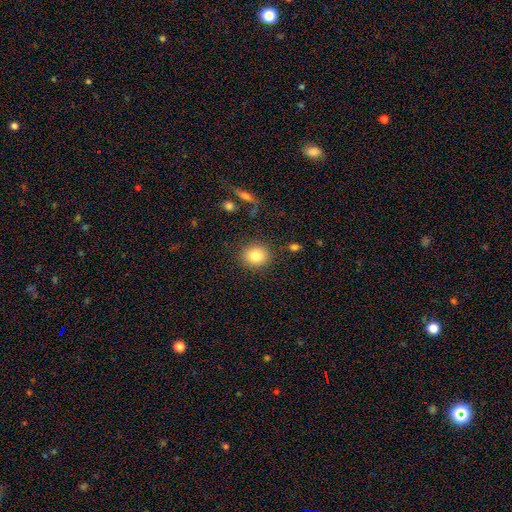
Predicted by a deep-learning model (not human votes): The model was most divided on "how rounded": round: 76%, in between: 23%, cigar-shaped: 1%. More confident: merging — none (87%); smooth or featured — smooth (82%).